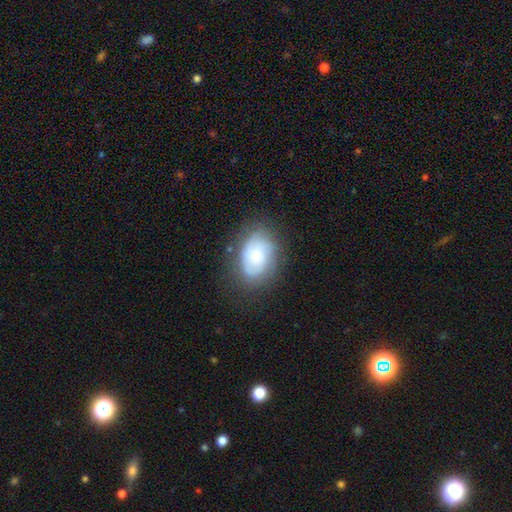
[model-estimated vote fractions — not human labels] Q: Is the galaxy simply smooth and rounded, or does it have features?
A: featured or disk — 51%.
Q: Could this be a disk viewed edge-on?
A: no — 97%.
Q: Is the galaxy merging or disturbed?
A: none — 70%.